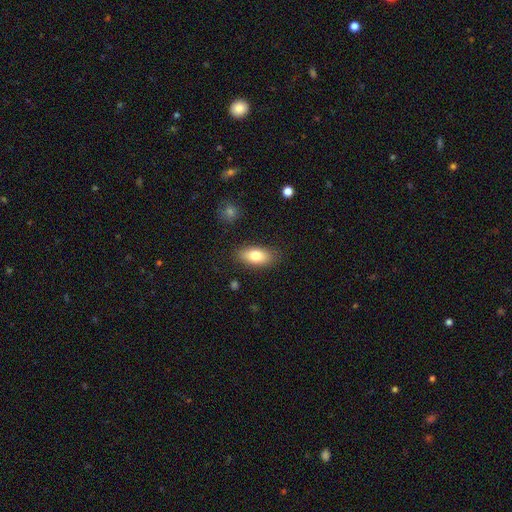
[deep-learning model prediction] This appears to be a smooth galaxy with no disk features (78%) that is in between round and cigar-shaped (88%). Merging: none (85%).